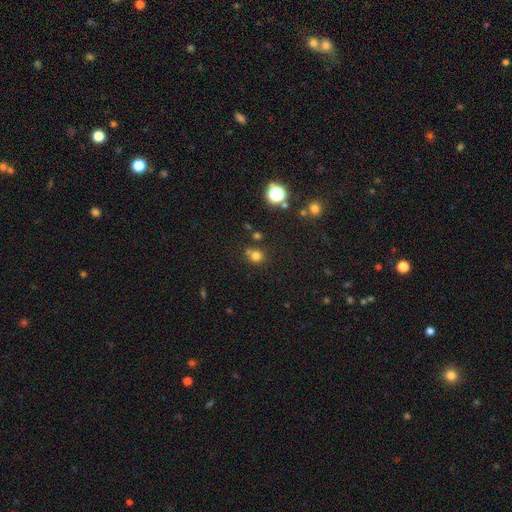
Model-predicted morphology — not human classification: Smooth or featured? smooth (74%)
How rounded? round (82%)
Merging? none (61%)